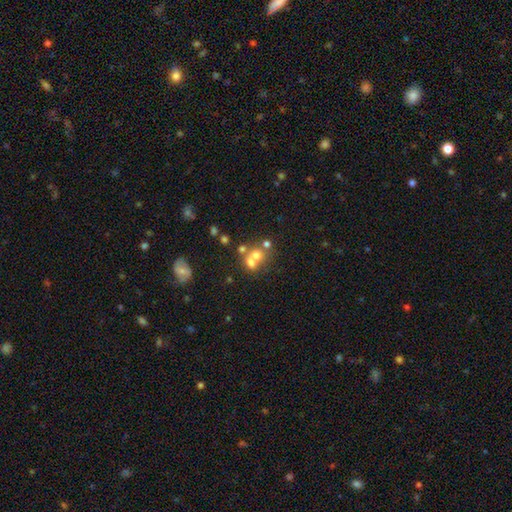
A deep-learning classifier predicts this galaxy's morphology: smooth 61%, featured or disk 23%, star or artifact 17%. Down the decision tree: how rounded — round (75%); merging — merger (54%).